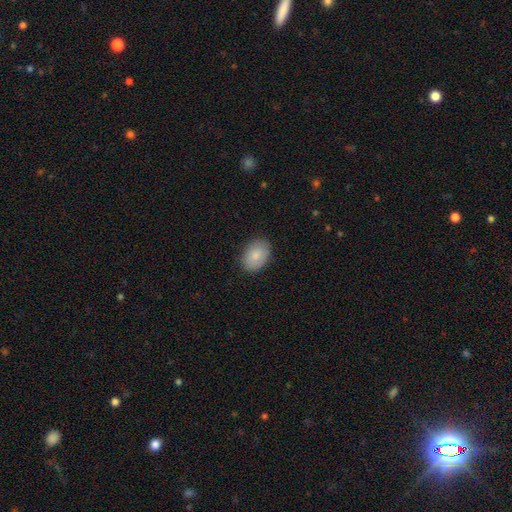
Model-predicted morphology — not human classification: This appears to be a smooth galaxy with no disk features (85%) that is in between round and cigar-shaped (82%). Merging: none (87%).